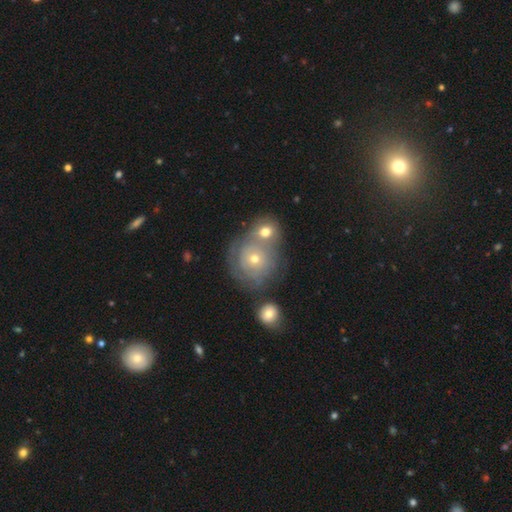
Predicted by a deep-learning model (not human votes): Smooth or featured? Predicted: featured or disk (p=0.62). Edge-on disk? Predicted: no (p=0.96). Bar? Predicted: no (p=0.80). Spiral arms? Predicted: yes (p=0.82). Bulge size? Predicted: small (p=0.61). Merging? Predicted: none (p=0.57).